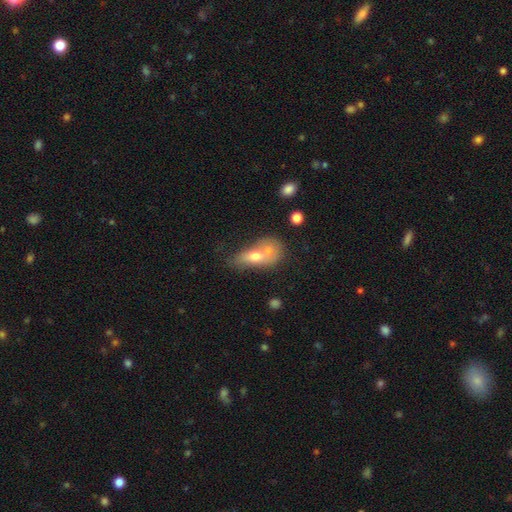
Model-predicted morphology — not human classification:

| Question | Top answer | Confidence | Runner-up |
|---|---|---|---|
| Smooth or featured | smooth | 61% | featured or disk (29%) |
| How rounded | in between | 68% | round (22%) |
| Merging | merger | 65% | none (17%) |